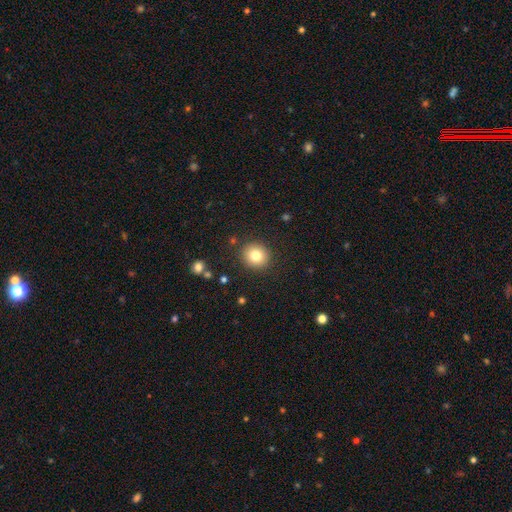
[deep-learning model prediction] Q: Smooth or featured?
A: smooth (80%); runner-up: star or artifact (10%)
Q: How rounded?
A: round (86%); runner-up: in between (13%)
Q: Merging?
A: none (90%); runner-up: minor disturbance (7%)